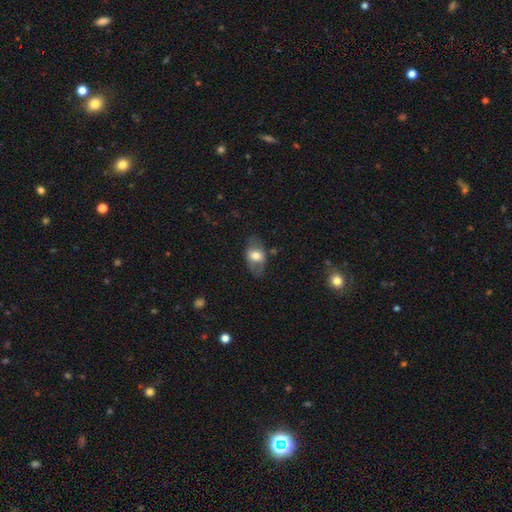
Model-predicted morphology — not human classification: A smooth galaxy with no disk features (59%) that is in between round and cigar-shaped (87%). Merging: none (71%).